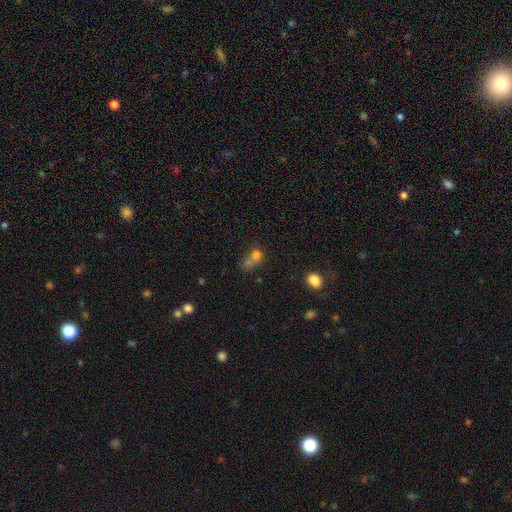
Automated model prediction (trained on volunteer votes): Smooth or featured: smooth — 69% (star or artifact — 16%)
How rounded: round — 57% (in between — 41%)
Merging: merger — 51% (none — 27%)